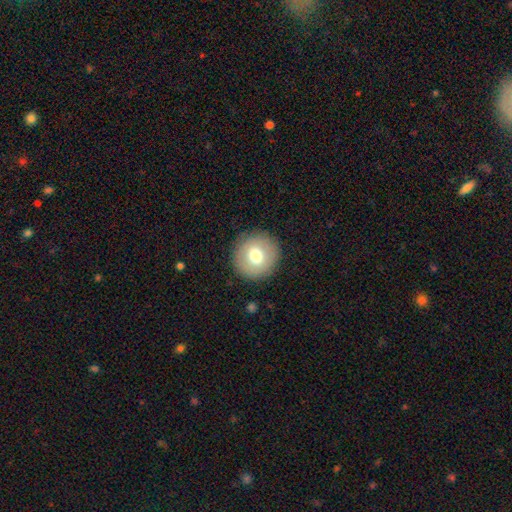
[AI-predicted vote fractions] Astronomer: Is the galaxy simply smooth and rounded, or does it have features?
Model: smooth — 72%.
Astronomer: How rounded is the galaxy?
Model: round — 94%.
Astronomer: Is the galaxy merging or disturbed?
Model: none — 90%.